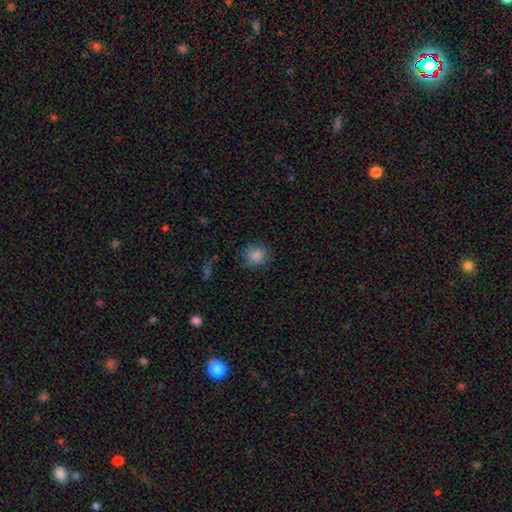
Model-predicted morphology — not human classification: smooth_or_featured: smooth (p=0.85) [alt: star or artifact p=0.11]
how_rounded: round (p=0.84) [alt: in between p=0.15]
merging: none (p=0.85) [alt: minor disturbance p=0.11]